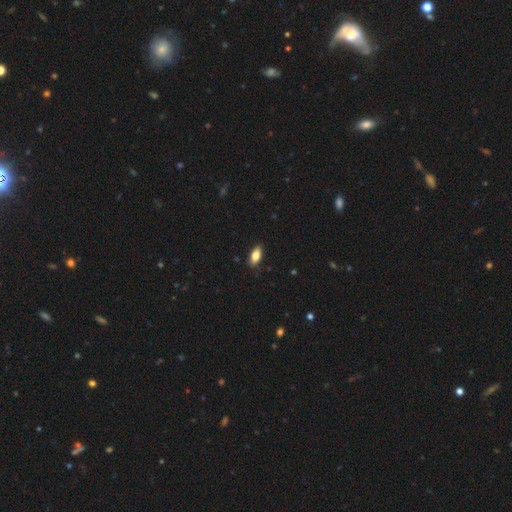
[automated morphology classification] Smooth or featured? smooth (79%)
How rounded? in between (87%)
Merging? none (85%)